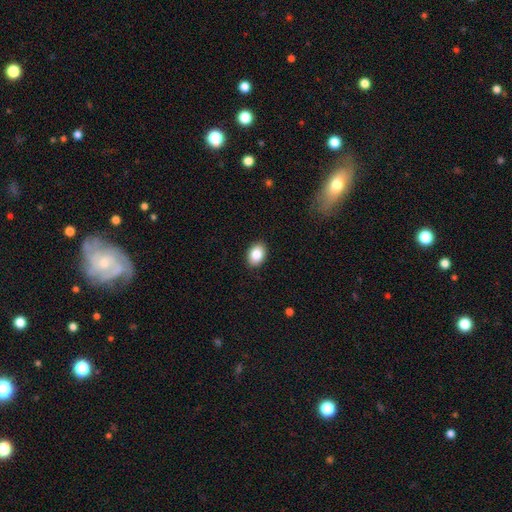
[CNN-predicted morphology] smooth_or_featured: smooth (p=0.84) [alt: star or artifact p=0.08]
how_rounded: in between (p=0.77) [alt: round p=0.22]
merging: none (p=0.90) [alt: minor disturbance p=0.07]